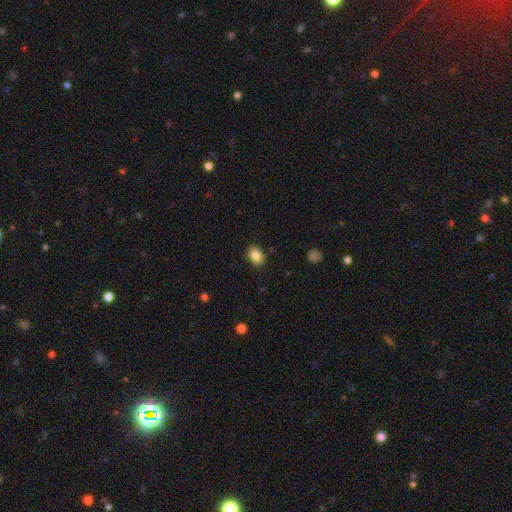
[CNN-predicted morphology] smooth 85%, star or artifact 9%, featured or disk 6%. Down the decision tree: how rounded — in between (69%); merging — none (87%).